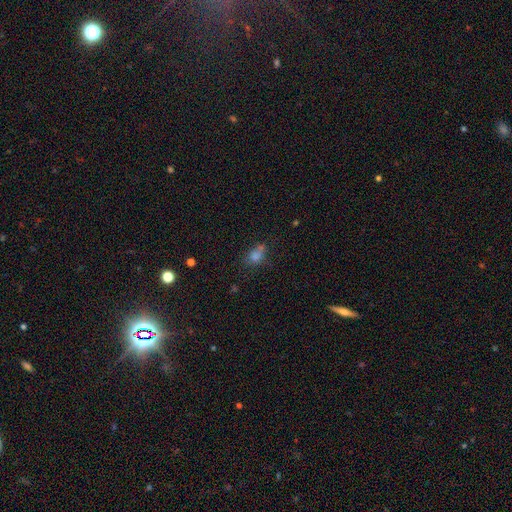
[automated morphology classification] Smooth or featured? smooth (67%)
How rounded? in between (59%)
Merging? none (50%)